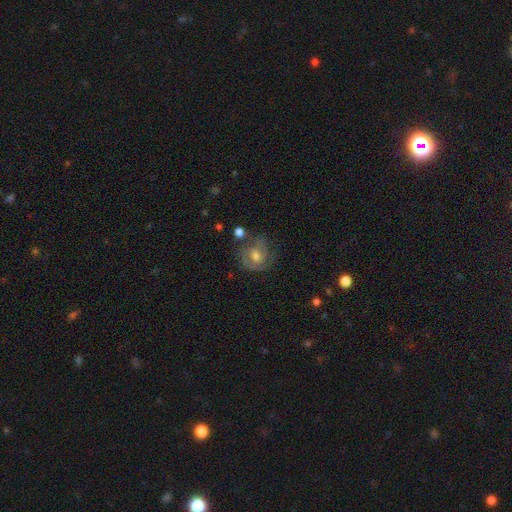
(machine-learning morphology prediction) A featured or disk galaxy (66%) with no bar (62%), 2 (47%) tight (52%) spiral arms (86%) and a moderate central bulge (66%). Merging: none (59%).